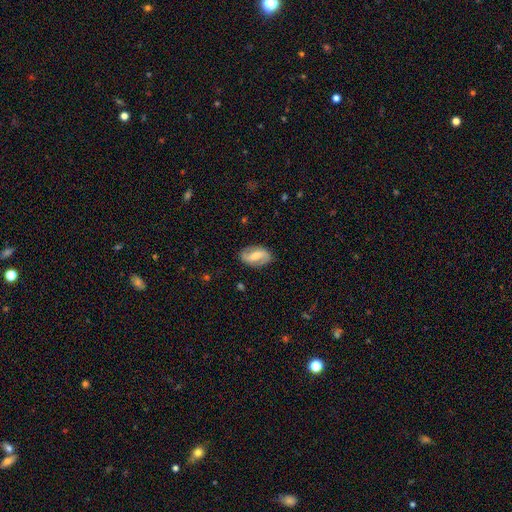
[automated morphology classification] Overall: featured or disk (73%). Edge-on disk: no (96%). Bar: weak (43%; strong 38%). Spiral arms: yes (89%). Spiral arm count: 2 (91%). Spiral winding: loose (42%; medium 40%). Bulge size: moderate (55%; small 27%). Merging: none (84%).